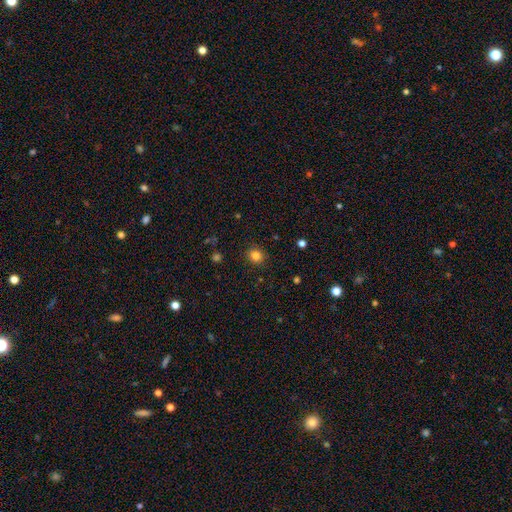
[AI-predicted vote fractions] This appears to be a smooth galaxy with no disk features (83%) that is round (83%). Merging: none (89%).